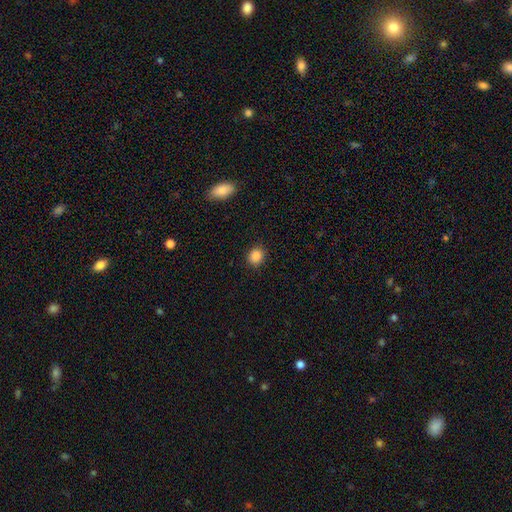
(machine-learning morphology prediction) This appears to be a smooth galaxy with no disk features (86%) that is round (73%). Merging: none (88%).